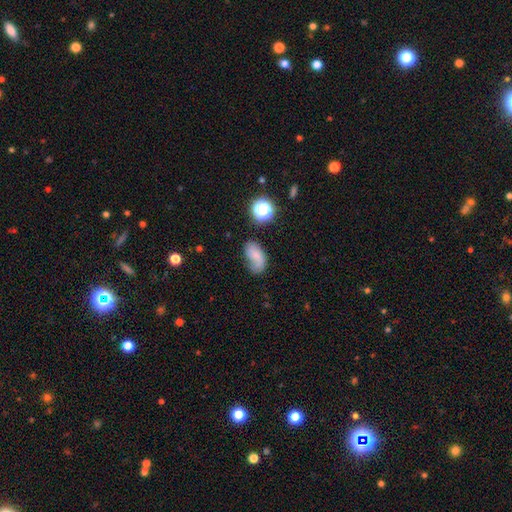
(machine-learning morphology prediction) Overall: smooth (59%; featured or disk 28%). How rounded: in between (87%). Merging: none (45%; minor disturbance 31%).